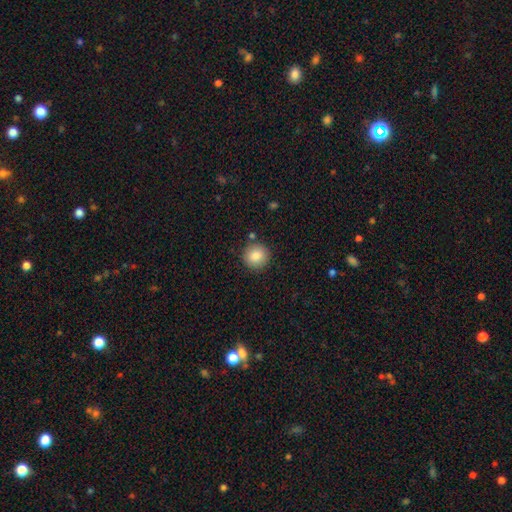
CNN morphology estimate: Smooth or featured: smooth — 84% (star or artifact — 9%)
How rounded: round — 94% (in between — 5%)
Merging: none — 87% (minor disturbance — 8%)